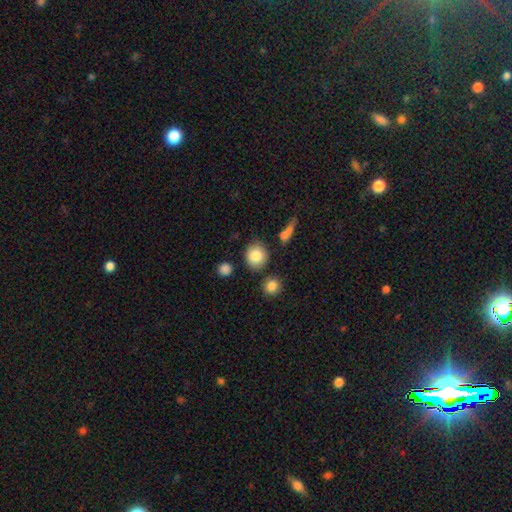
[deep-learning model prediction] A smooth galaxy with no disk features (83%) that is round (79%). Merging: none (79%).